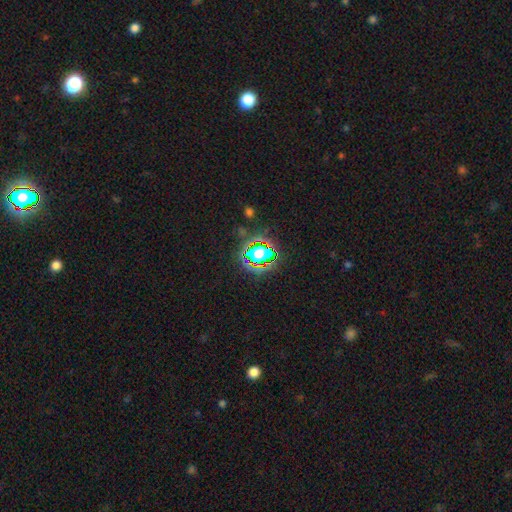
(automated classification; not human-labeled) A star or artifact, not a galaxy (76%).